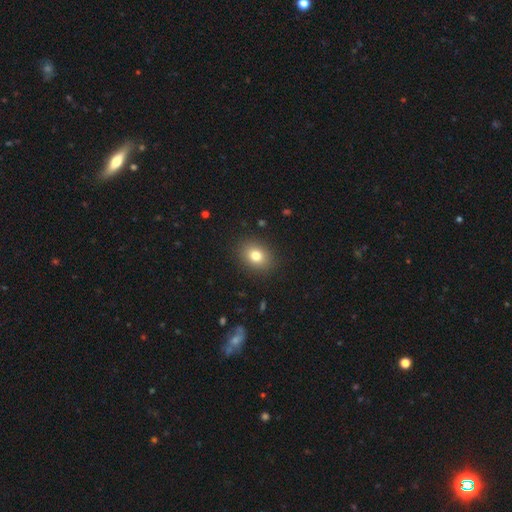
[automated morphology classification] Smooth or featured? smooth (81%)
How rounded? in between (52%)
Merging? none (89%)